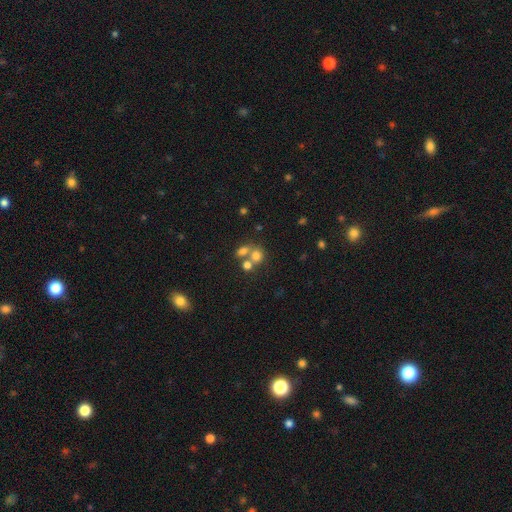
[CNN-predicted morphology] Smooth or featured?
  - smooth: 67% *
  - star or artifact: 17%
  - featured or disk: 16%
How rounded?
  - round: 71% *
  - in between: 28%
  - cigar-shaped: 1%
Merging?
  - merger: 49% *
  - none: 38%
  - minor disturbance: 7%
  - major disturbance: 5%